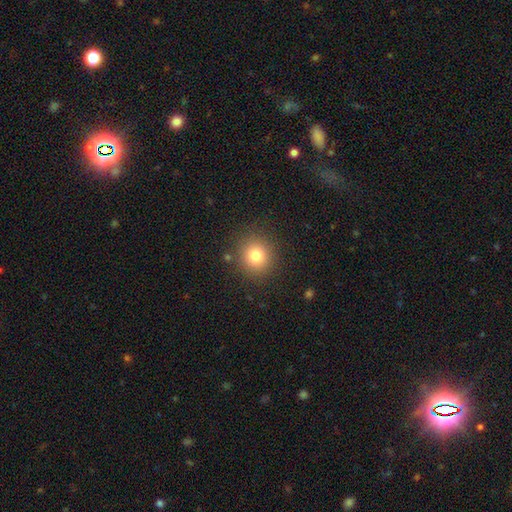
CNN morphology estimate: type=smooth (80%); roundness=round (88%); merging=none (87%).